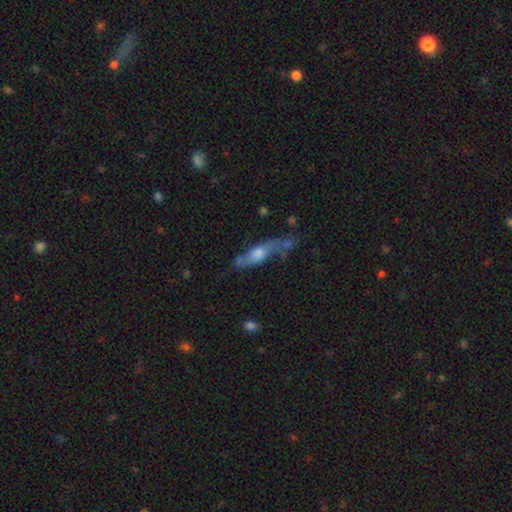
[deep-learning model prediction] A featured or disk galaxy (55%) viewed edge-on (61%). Merging: none (48%).